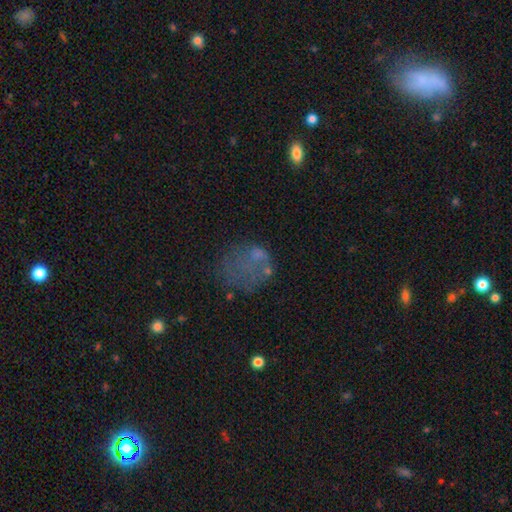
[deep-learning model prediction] Overall: smooth (46%; featured or disk 35%). Merging: major disturbance (38%; none 34%).